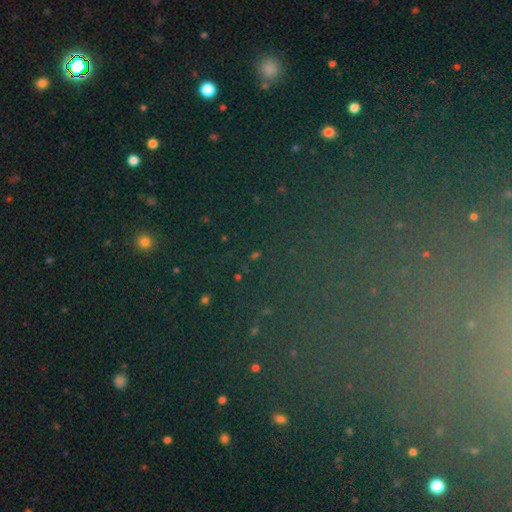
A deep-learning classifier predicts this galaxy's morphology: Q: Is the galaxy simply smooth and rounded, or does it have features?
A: star or artifact — 74%.